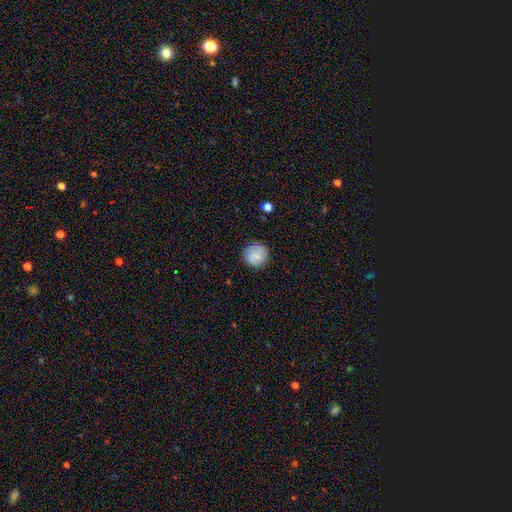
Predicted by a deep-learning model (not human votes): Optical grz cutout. It shows a smooth galaxy with no disk features (77%) that is round (91%). Merging: none (85%).